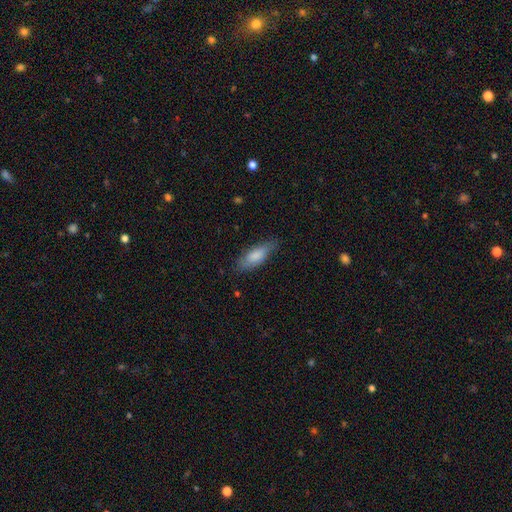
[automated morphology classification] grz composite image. It shows a smooth galaxy with no disk features (81%) that is in between round and cigar-shaped (65%). Merging: none (74%).